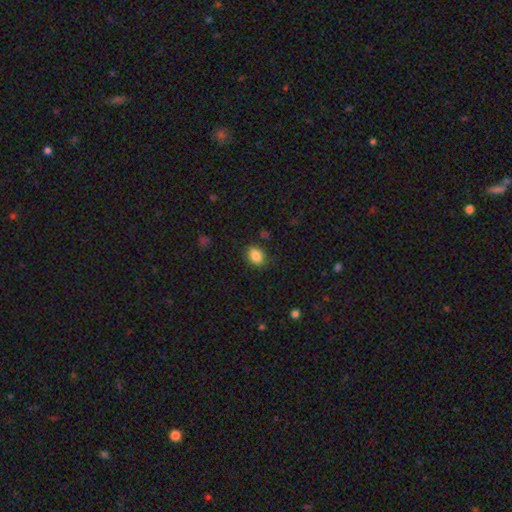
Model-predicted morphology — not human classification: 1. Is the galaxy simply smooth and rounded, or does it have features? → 87% smooth, 9% star or artifact, 4% featured or disk.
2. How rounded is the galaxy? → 75% in between, 24% round, 1% cigar-shaped.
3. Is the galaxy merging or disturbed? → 83% none, 13% minor disturbance, 3% major disturbance, 1% merger.